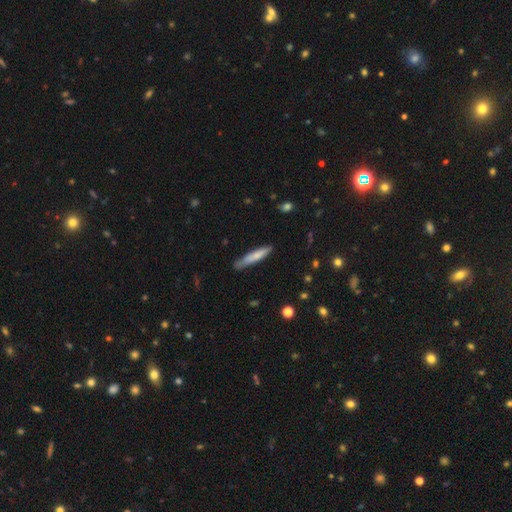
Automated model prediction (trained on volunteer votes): A smooth galaxy with no disk features (71%) that is cigar-shaped (91%). Merging: none (76%).